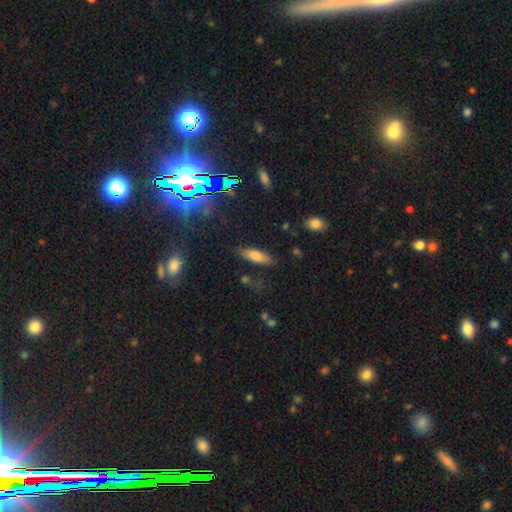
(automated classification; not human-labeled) smooth 74%, featured or disk 16%, star or artifact 10%. Down the decision tree: how rounded — in between (54%); merging — none (80%).